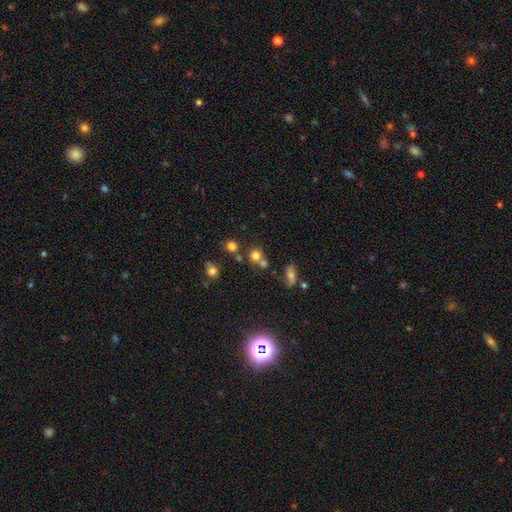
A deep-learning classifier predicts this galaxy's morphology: Smooth or featured? Predicted: smooth (p=0.73). How rounded? Predicted: round (p=0.86). Merging? Predicted: none (p=0.58).